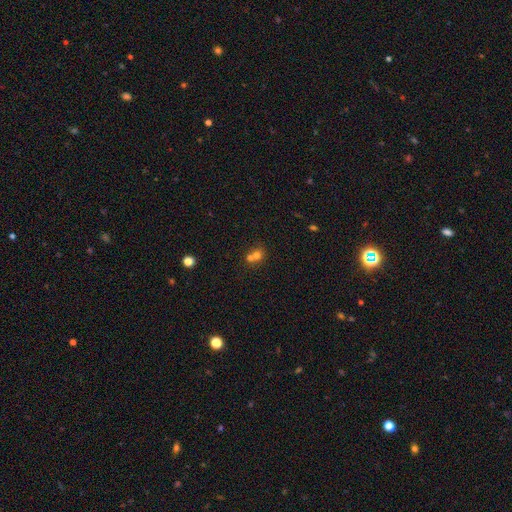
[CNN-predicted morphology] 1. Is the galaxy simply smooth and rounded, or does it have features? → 68% smooth, 16% featured or disk, 15% star or artifact.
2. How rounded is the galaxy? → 75% round, 24% in between, 1% cigar-shaped.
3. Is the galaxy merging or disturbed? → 59% merger, 33% none, 6% minor disturbance, 3% major disturbance.